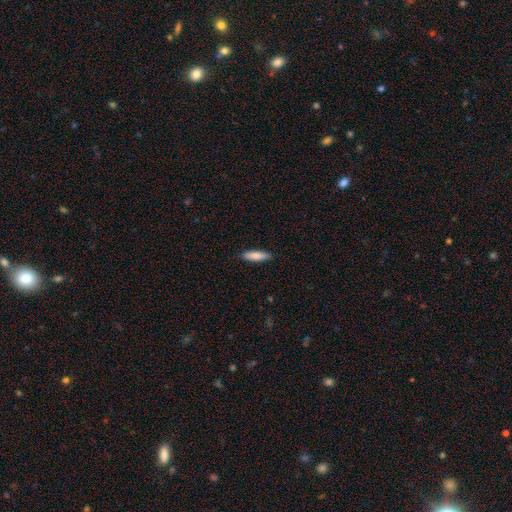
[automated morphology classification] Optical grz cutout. It shows a smooth galaxy with no disk features (80%) that is cigar-shaped (69%). Merging: none (88%).